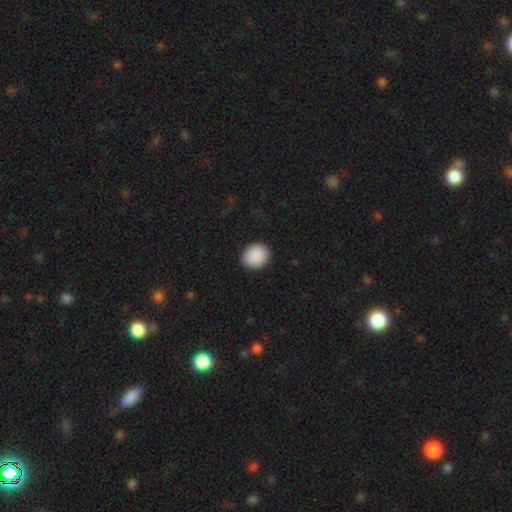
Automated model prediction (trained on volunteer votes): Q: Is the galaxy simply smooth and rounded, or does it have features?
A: smooth — 91%.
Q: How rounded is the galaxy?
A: round — 61%.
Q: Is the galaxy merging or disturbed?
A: none — 90%.